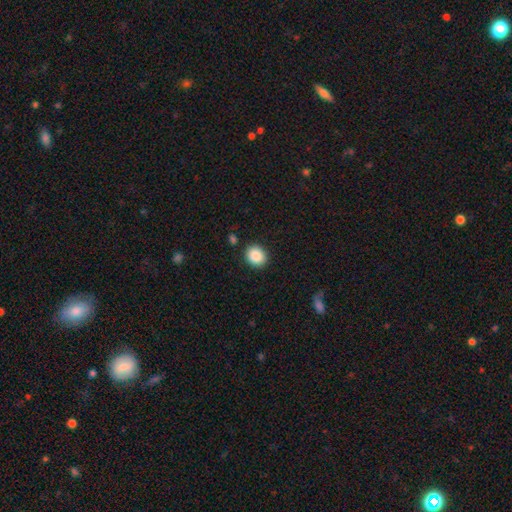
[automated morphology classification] type=smooth (88%); roundness=round (64%); merging=none (88%).